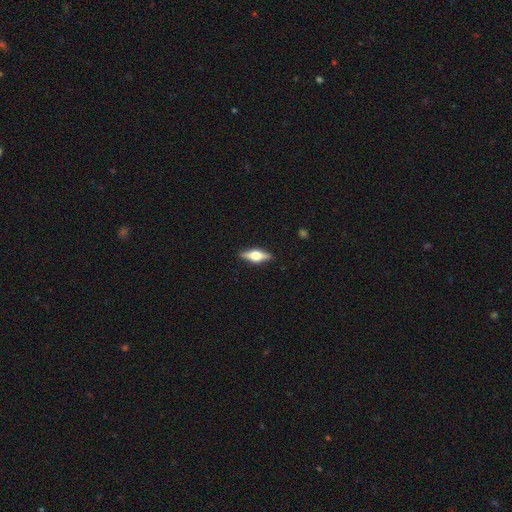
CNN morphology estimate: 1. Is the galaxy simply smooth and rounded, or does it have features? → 65% featured or disk, 29% smooth, 7% star or artifact.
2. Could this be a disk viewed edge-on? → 96% yes, 4% no.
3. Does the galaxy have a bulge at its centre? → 93% rounded, 5% boxy, 1% none.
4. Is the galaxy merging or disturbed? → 89% none, 8% minor disturbance, 2% major disturbance, 1% merger.